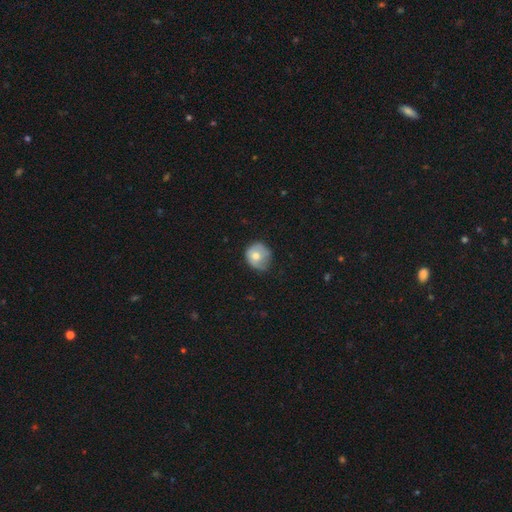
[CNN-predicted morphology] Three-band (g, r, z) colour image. It shows a smooth galaxy with no disk features (66%) that is round (81%). Merging: none (54%).